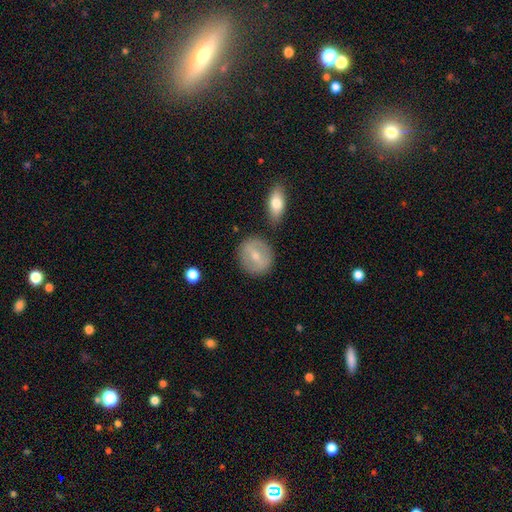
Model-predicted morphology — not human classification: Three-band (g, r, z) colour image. It shows a smooth galaxy with no disk features (53%) that is round (76%). Merging: none (81%).